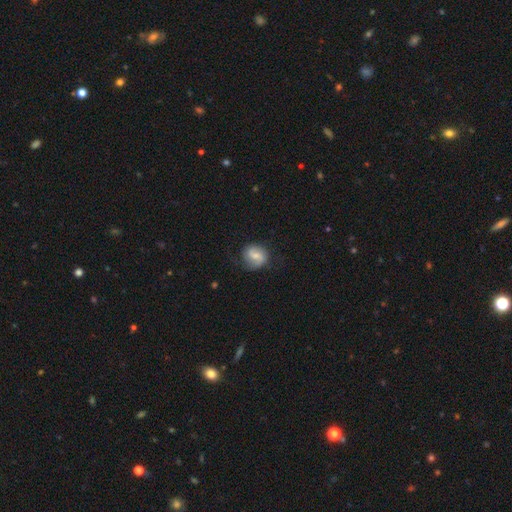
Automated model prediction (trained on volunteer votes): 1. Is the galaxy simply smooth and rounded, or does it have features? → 47% featured or disk, 46% smooth, 8% star or artifact.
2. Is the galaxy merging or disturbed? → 66% none, 22% minor disturbance, 9% major disturbance, 2% merger.